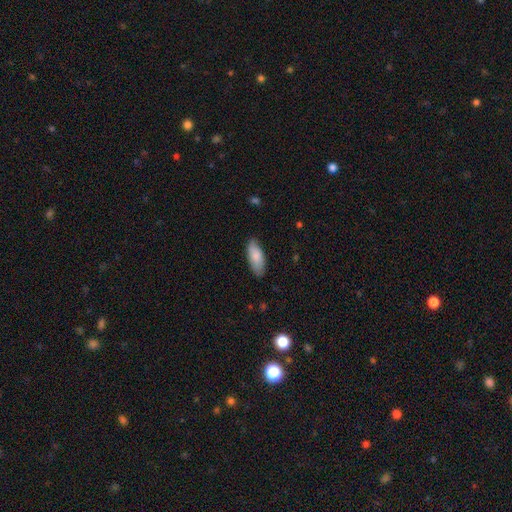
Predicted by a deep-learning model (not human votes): smooth-or-featured: smooth: 85% | featured or disk: 10% | star or artifact: 6%
  how-rounded: in between: 80% | cigar-shaped: 18% | round: 2%
  merging: none: 82% | minor disturbance: 15% | major disturbance: 2% | merger: 1%